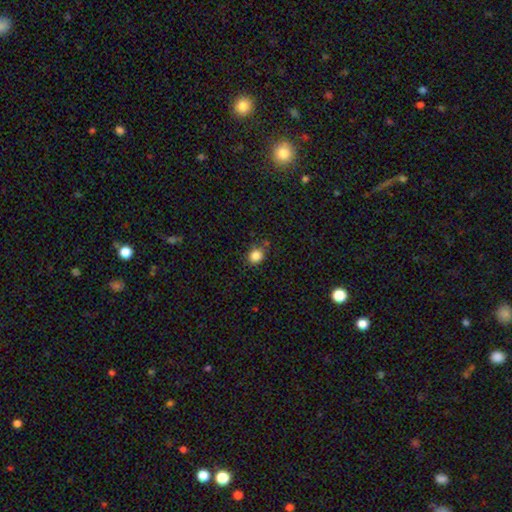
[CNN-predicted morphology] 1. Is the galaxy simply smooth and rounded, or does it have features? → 84% smooth, 12% star or artifact, 5% featured or disk.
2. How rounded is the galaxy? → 75% round, 24% in between, 1% cigar-shaped.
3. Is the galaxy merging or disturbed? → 76% none, 16% minor disturbance, 4% merger, 4% major disturbance.